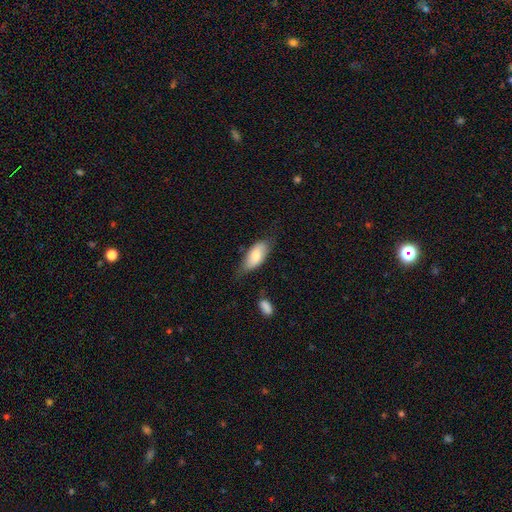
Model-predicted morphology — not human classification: Q: Smooth or featured?
A: smooth (76%); runner-up: featured or disk (18%)
Q: How rounded?
A: in between (88%); runner-up: cigar-shaped (9%)
Q: Merging?
A: none (56%); runner-up: minor disturbance (31%)